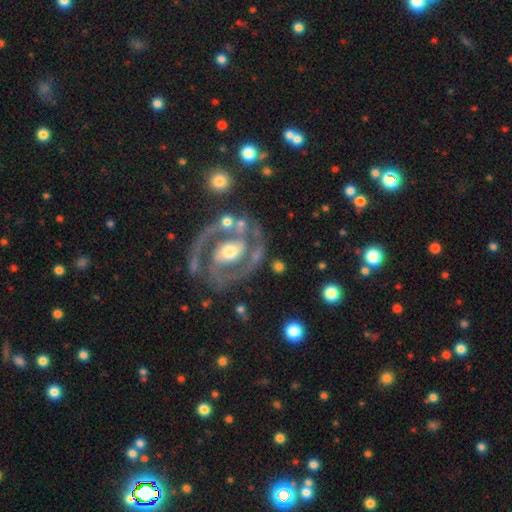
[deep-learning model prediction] smooth-or-featured: featured or disk: 86% | smooth: 9% | star or artifact: 5%
  disk-edge-on: no: 97% | yes: 3%
    bar: no: 40% | weak: 31% | strong: 29%
    has-spiral-arms: yes: 85% | no: 15%
      spiral-winding: medium: 44% (tied) | tight: 44% (tied) | loose: 11%
      spiral-arm-count: 2: 81% | can't tell: 6% | 1: 6% | 3: 4% | 4: 2% | more than 4: 2%
    bulge-size: moderate: 66% | large: 17% | small: 14% | dominant: 2% | none: 2%
  merging: none: 70% | minor disturbance: 16% | major disturbance: 9% | merger: 5%